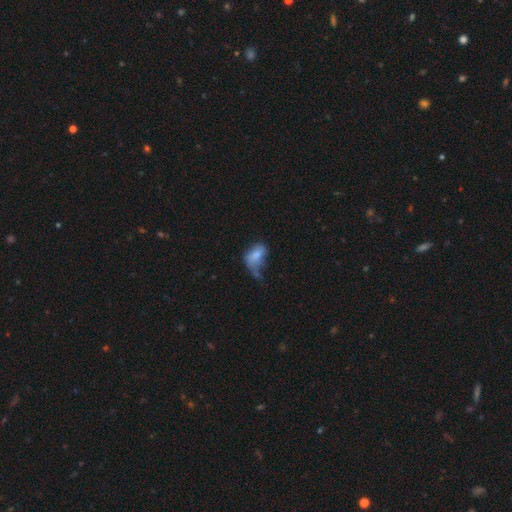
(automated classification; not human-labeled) Smooth or featured: smooth — 70% (featured or disk — 20%)
How rounded: in between — 86% (round — 12%)
Merging: major disturbance — 36% (minor disturbance — 28%)